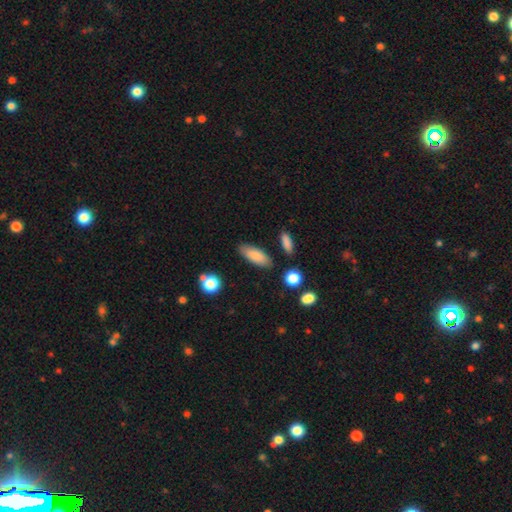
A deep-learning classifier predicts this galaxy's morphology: smooth 84%, featured or disk 9%, star or artifact 7%. Down the decision tree: how rounded — in between (72%); merging — none (83%).